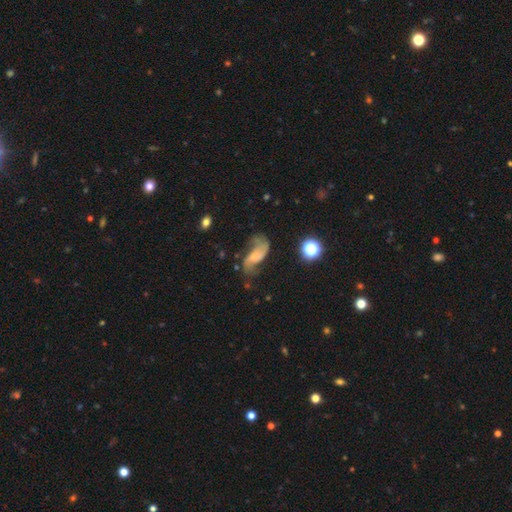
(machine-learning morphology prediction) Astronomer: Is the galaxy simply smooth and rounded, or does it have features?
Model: featured or disk — 69%.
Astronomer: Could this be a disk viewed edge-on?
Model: no — 95%.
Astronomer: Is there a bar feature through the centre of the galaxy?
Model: no — 51% (runner-up: weak, 36%).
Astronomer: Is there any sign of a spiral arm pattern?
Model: yes — 89%.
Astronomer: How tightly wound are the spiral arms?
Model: loose — 73%.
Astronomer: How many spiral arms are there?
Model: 2 — 86%.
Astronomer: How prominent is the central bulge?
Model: small — 40% (runner-up: none, 34%).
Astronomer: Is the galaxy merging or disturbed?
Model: none — 49%.